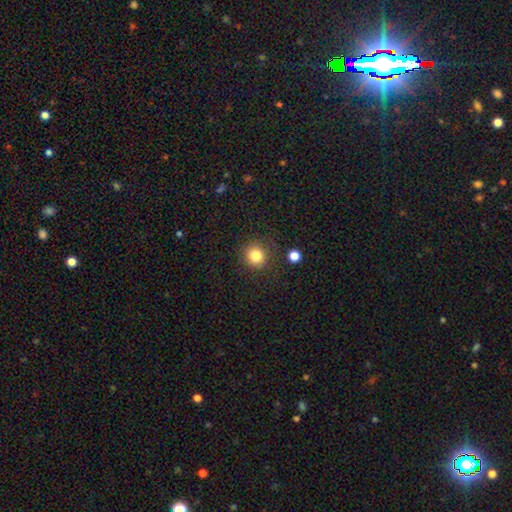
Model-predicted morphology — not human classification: Q: Smooth or featured?
A: smooth (83%); runner-up: star or artifact (12%)
Q: How rounded?
A: round (90%); runner-up: in between (9%)
Q: Merging?
A: none (84%); runner-up: minor disturbance (9%)